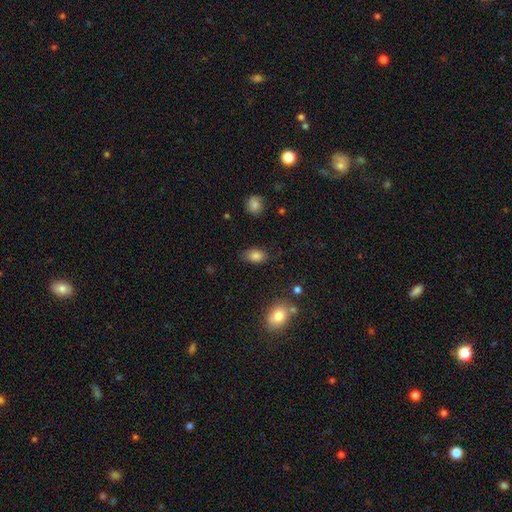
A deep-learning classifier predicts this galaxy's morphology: Q: Smooth or featured?
A: smooth (84%); runner-up: star or artifact (10%)
Q: How rounded?
A: in between (87%); runner-up: round (12%)
Q: Merging?
A: none (79%); runner-up: minor disturbance (16%)